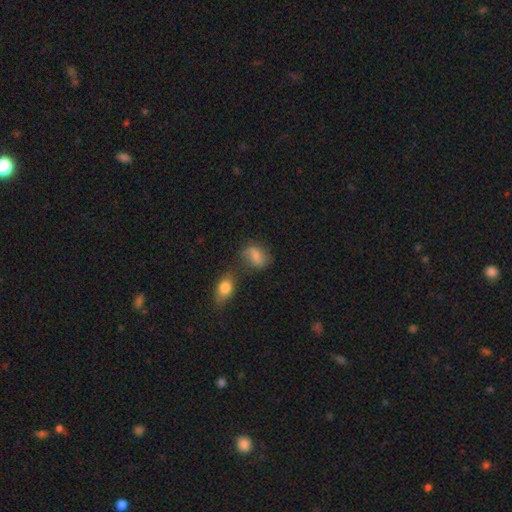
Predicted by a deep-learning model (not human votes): Q: Smooth or featured?
A: smooth (69%); runner-up: featured or disk (20%)
Q: How rounded?
A: in between (76%); runner-up: round (21%)
Q: Merging?
A: none (52%); runner-up: minor disturbance (23%)